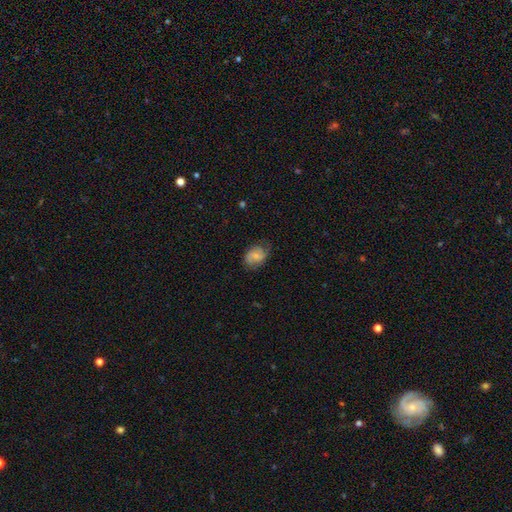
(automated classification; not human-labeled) Smooth or featured? smooth (51%)
How rounded? in between (72%)
Merging? none (68%)